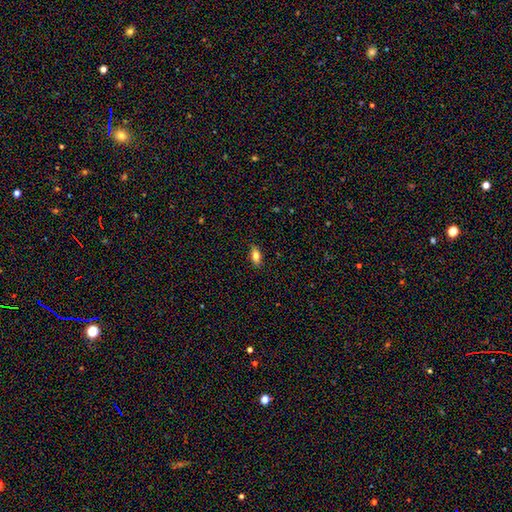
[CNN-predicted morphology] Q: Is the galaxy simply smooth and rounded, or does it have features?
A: smooth — 80%.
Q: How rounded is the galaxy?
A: in between — 86%.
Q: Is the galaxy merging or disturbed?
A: none — 86%.